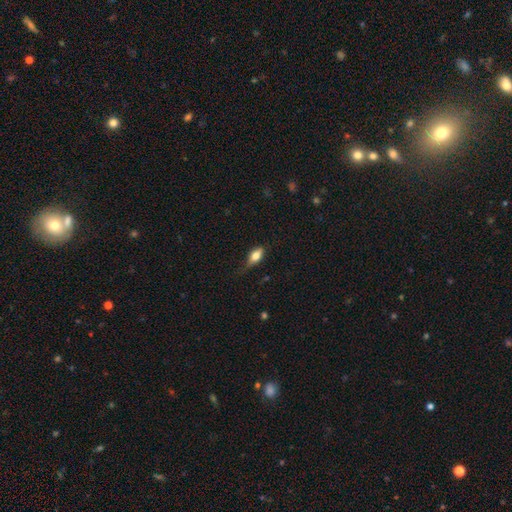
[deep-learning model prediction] Smooth or featured? Predicted: smooth (p=0.70). How rounded? Predicted: in between (p=0.80). Merging? Predicted: none (p=0.59).